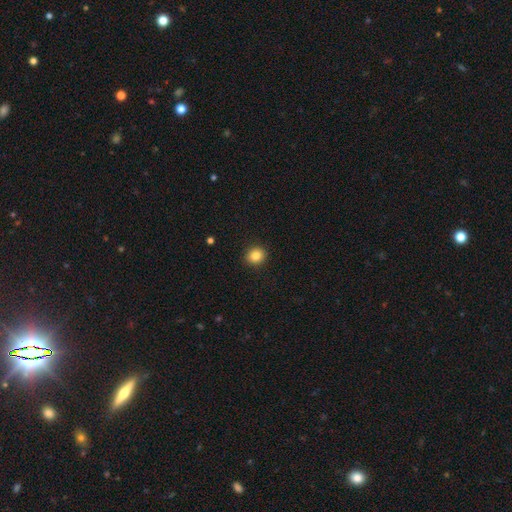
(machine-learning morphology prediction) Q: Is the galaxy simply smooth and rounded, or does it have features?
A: smooth — 85%.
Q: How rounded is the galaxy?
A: round — 83%.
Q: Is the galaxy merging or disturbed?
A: none — 92%.